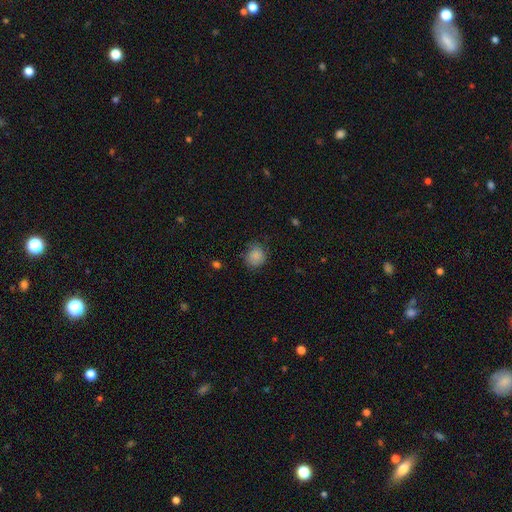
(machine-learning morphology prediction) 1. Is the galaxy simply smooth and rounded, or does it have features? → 84% smooth, 9% star or artifact, 7% featured or disk.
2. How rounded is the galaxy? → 79% round, 20% in between, 1% cigar-shaped.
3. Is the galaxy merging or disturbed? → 73% none, 20% minor disturbance, 5% major disturbance, 1% merger.